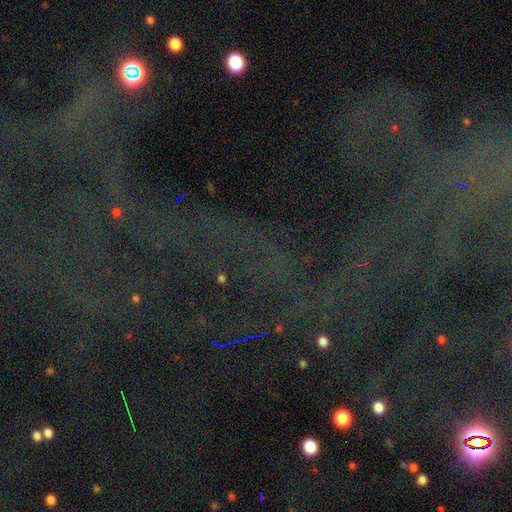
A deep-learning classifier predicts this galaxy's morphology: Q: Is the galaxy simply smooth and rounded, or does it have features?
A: star or artifact — 82%.